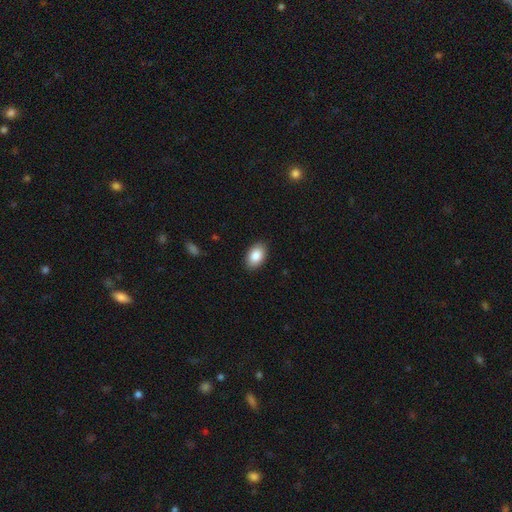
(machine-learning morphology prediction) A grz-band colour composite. It shows a smooth galaxy with no disk features (87%) that is in between round and cigar-shaped (91%). Merging: none (89%).